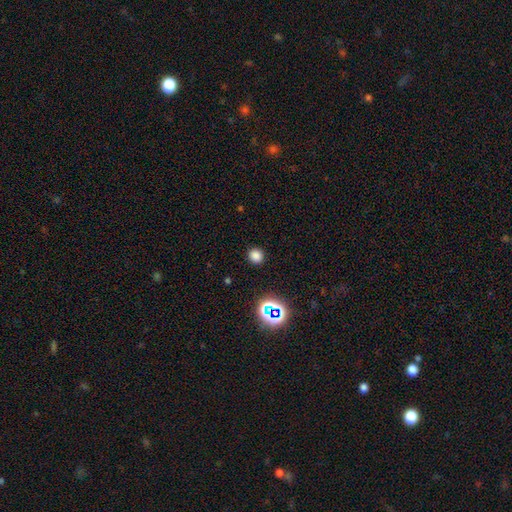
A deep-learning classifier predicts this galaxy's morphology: Overall: smooth (77%). How rounded: round (86%). Merging: none (90%).